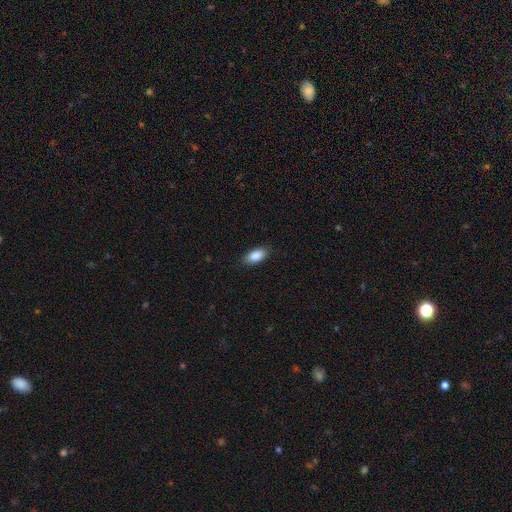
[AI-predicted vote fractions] This is clearly a smooth galaxy (88%). How rounded: clearly in between (91%). Merging: clearly none (86%).